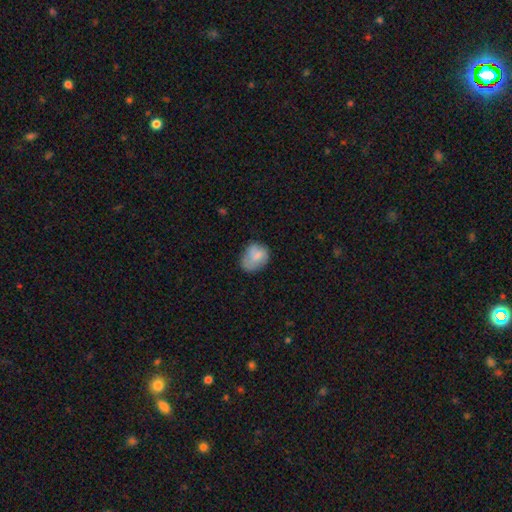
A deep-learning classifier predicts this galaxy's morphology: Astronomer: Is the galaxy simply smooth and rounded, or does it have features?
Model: smooth — 75%.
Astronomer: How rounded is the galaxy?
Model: in between — 57% (runner-up: round, 42%).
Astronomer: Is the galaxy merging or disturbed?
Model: none — 51% (runner-up: minor disturbance, 33%).